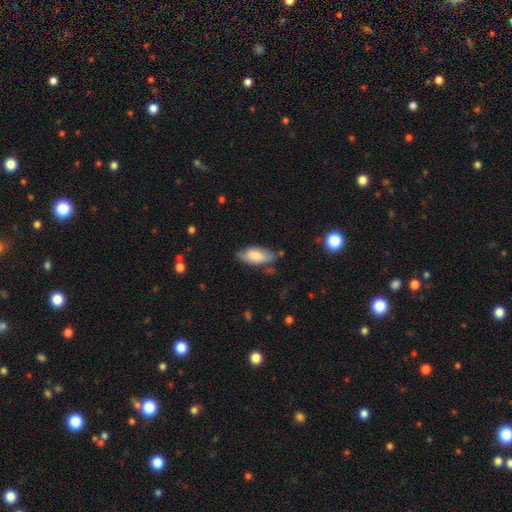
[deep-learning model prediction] Q: Smooth or featured?
A: smooth (74%); runner-up: featured or disk (20%)
Q: How rounded?
A: in between (89%); runner-up: cigar-shaped (9%)
Q: Merging?
A: none (65%); runner-up: minor disturbance (26%)